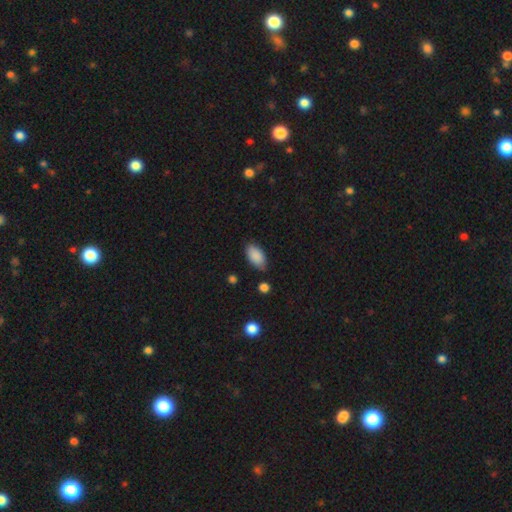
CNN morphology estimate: Smooth or featured: smooth — 89% (star or artifact — 7%)
How rounded: in between — 93% (round — 3%)
Merging: none — 79% (minor disturbance — 16%)